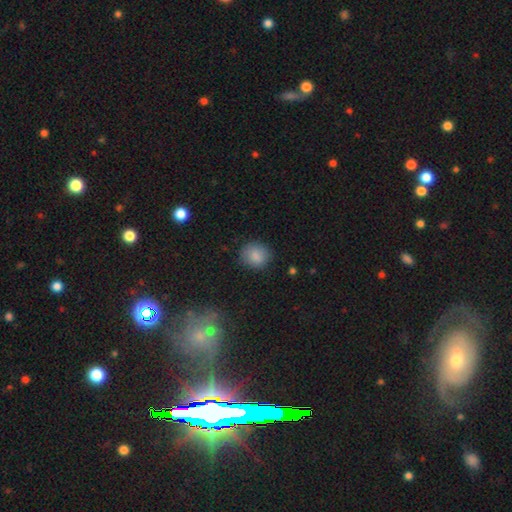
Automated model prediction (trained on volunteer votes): Smooth or featured? Predicted: smooth (p=0.86). How rounded? Predicted: round (p=0.79). Merging? Predicted: none (p=0.84).